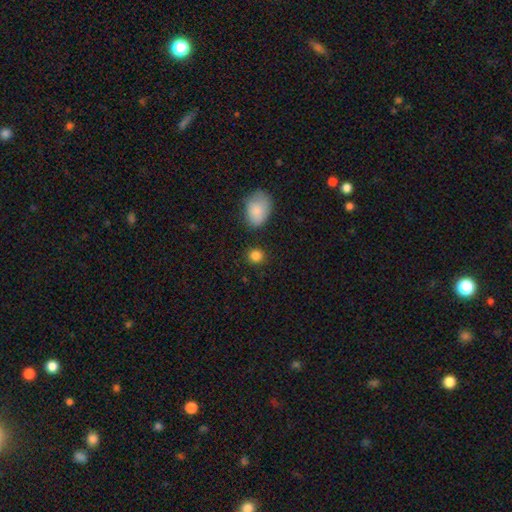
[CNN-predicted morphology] smooth_or_featured: smooth (p=0.86) [alt: star or artifact p=0.10]
how_rounded: round (p=0.80) [alt: in between p=0.19]
merging: none (p=0.85) [alt: minor disturbance p=0.09]